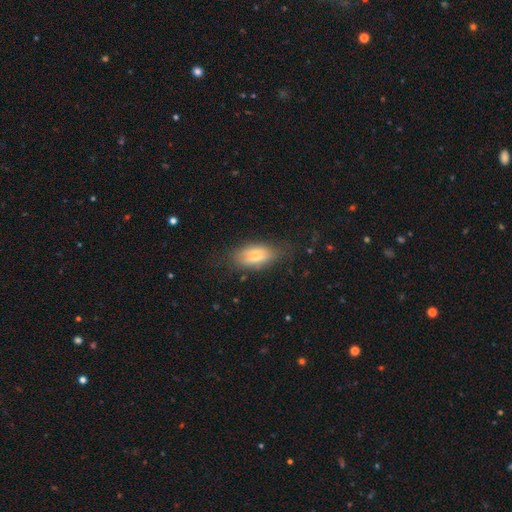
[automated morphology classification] A smooth galaxy with no disk features (61%) that is in between round and cigar-shaped (83%).

Vote fractions:
- Smooth or featured? smooth: 61% / featured or disk: 30% / star or artifact: 9%
- How rounded? in between: 83% / cigar-shaped: 13% / round: 4%
- Merging? none: 64% / minor disturbance: 25% / major disturbance: 9% / merger: 2%